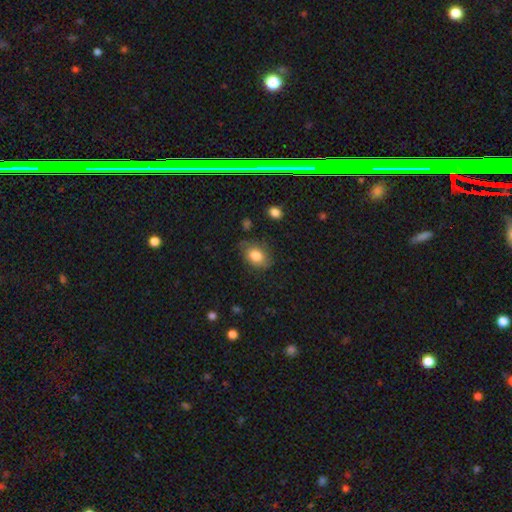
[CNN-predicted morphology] smooth 80%, featured or disk 13%, star or artifact 8%. Down the decision tree: how rounded — in between (74%); merging — none (72%).